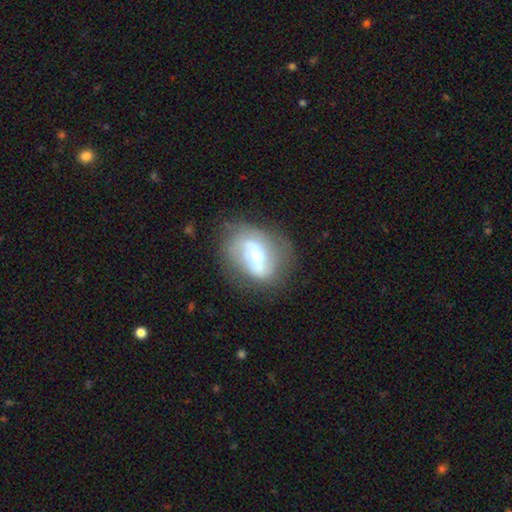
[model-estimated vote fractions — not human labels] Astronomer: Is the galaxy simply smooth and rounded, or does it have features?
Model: featured or disk — 69%.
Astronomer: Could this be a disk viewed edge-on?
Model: no — 96%.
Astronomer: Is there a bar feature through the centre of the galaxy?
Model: weak — 42% (runner-up: no, 31%).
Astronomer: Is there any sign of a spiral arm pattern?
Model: yes — 80%.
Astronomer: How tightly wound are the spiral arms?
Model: medium — 40% (runner-up: loose, 36%).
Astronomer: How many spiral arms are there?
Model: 2 — 67%.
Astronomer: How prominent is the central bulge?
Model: moderate — 46% (runner-up: small, 43%).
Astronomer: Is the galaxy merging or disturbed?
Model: none — 62%.